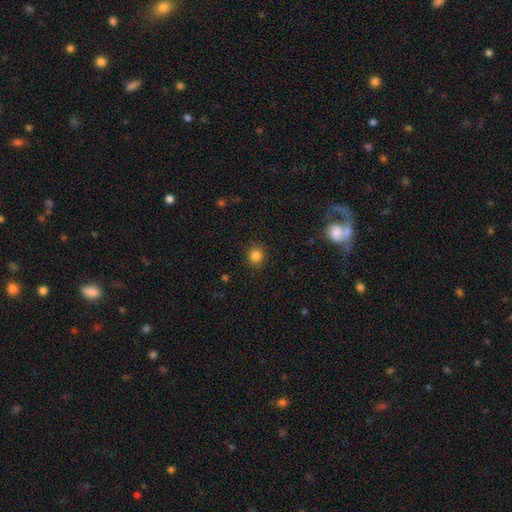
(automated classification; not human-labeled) Smooth or featured: smooth — 84% (star or artifact — 12%)
How rounded: round — 88% (in between — 11%)
Merging: none — 89% (minor disturbance — 8%)